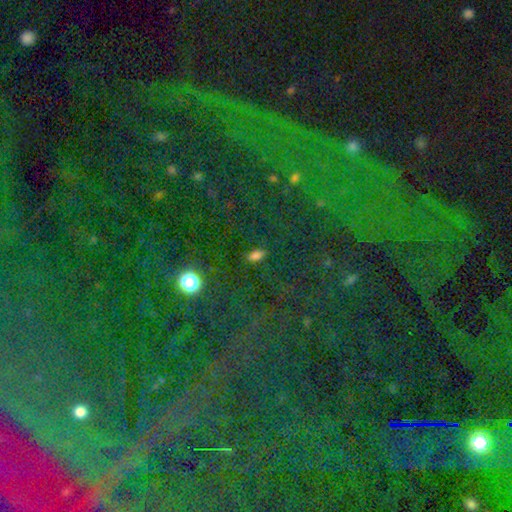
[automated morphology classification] Smooth or featured? Predicted: smooth (p=0.64). How rounded? Predicted: in between (p=0.79). Merging? Predicted: none (p=0.84).